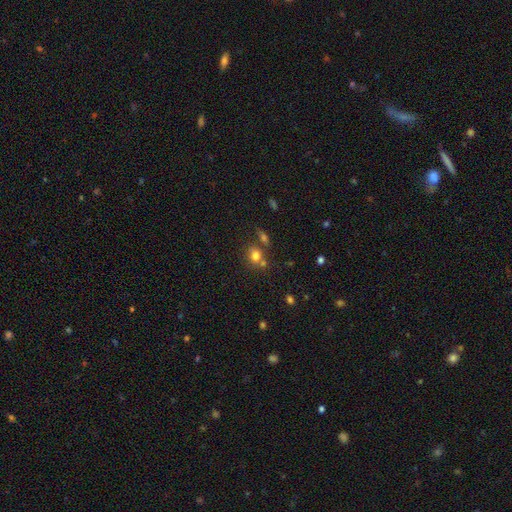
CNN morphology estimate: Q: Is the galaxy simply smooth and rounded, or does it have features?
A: smooth — 74%.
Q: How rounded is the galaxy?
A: round — 65%.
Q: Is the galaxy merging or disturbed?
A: none — 55%.